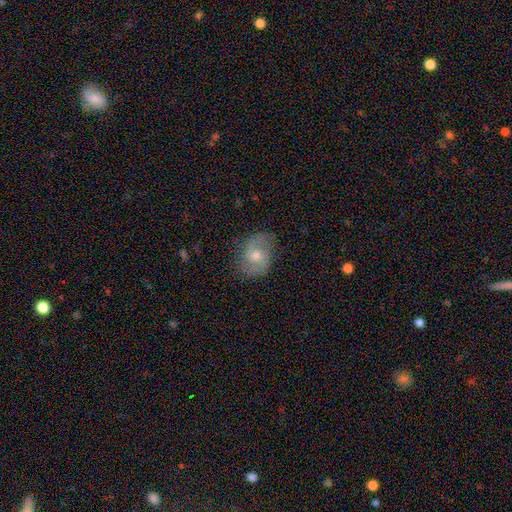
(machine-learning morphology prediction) Overall: featured or disk (62%; smooth 29%). Edge-on disk: no (96%). Bar: no (59%; weak 35%). Spiral arms: yes (87%). Spiral arm count: 2 (85%). Spiral winding: medium (46%; loose 34%). Bulge size: moderate (67%). Merging: none (74%).